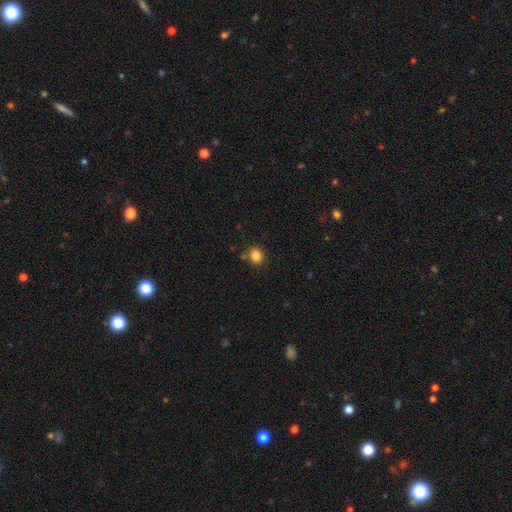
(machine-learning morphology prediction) Smooth or featured: smooth — 84% (star or artifact — 11%)
How rounded: round — 68% (in between — 31%)
Merging: none — 81% (minor disturbance — 11%)